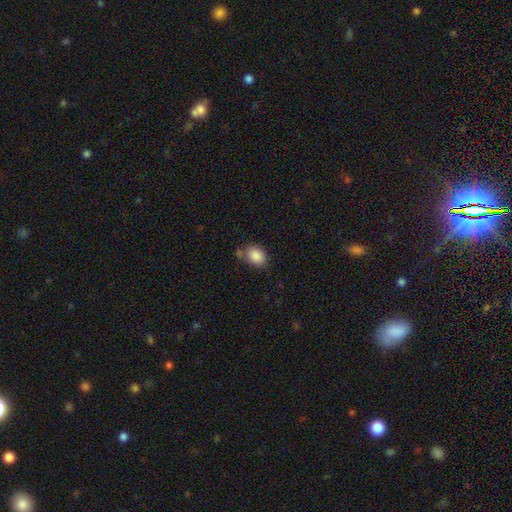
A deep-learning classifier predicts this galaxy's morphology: This appears to be a smooth galaxy with no disk features (87%) that is in between round and cigar-shaped (71%). Merging: none (65%).